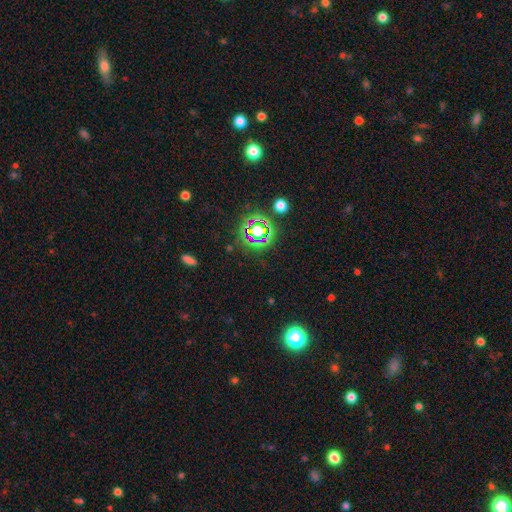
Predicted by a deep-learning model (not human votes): The model was most divided on "smooth or featured": star or artifact: 74%, smooth: 18%, featured or disk: 8%.